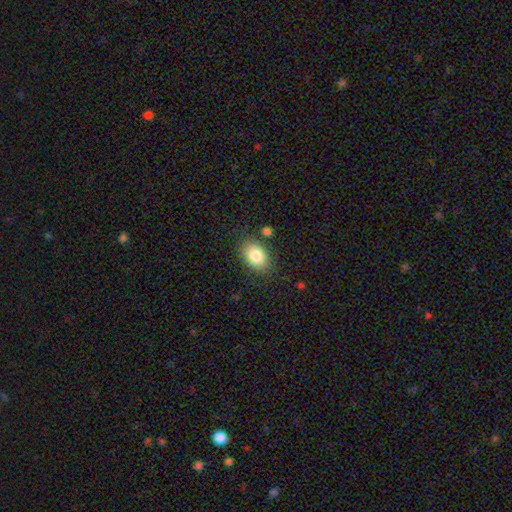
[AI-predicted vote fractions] smooth-or-featured: smooth: 84% | featured or disk: 8% | star or artifact: 8%
  how-rounded: in between: 84% | round: 15% | cigar-shaped: 1%
  merging: none: 80% | minor disturbance: 13% | major disturbance: 4% | merger: 4%